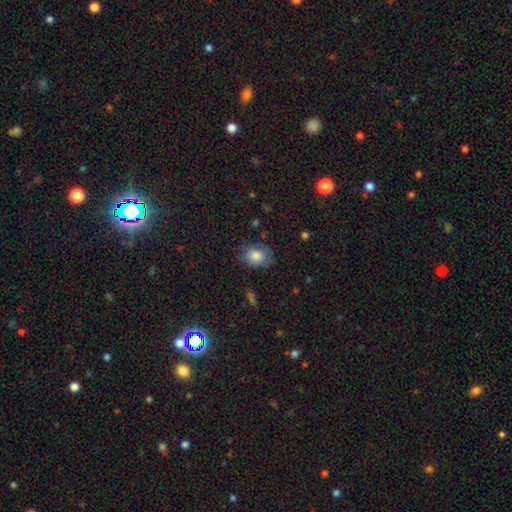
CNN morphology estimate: Overall: smooth (83%). How rounded: in between (57%; round 42%). Merging: none (74%).